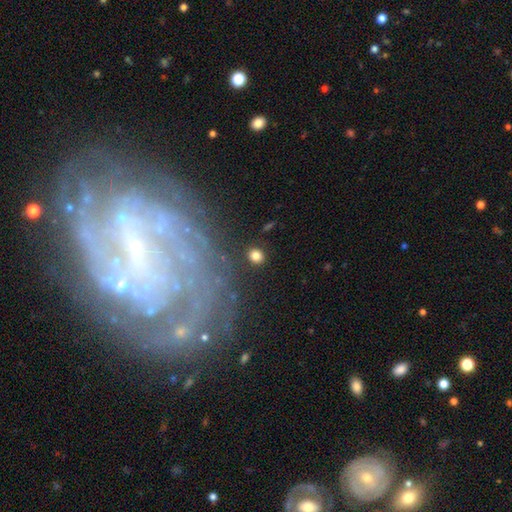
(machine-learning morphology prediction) Smooth or featured? Predicted: smooth (p=0.81). How rounded? Predicted: round (p=0.82). Merging? Predicted: none (p=0.88).